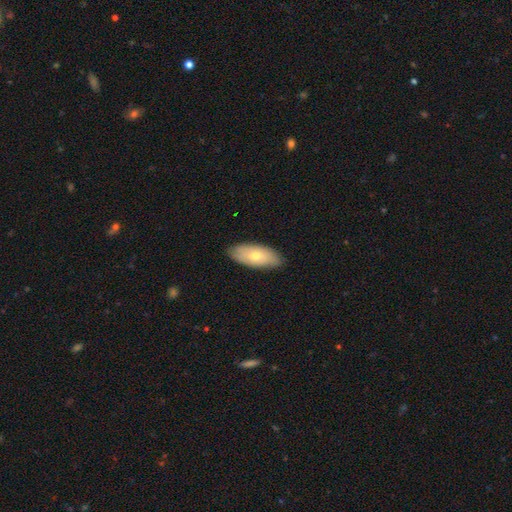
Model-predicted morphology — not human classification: The model was most divided on "smooth or featured": smooth: 61%, featured or disk: 33%, star or artifact: 6%. More confident: merging — none (85%); how rounded — in between (85%).